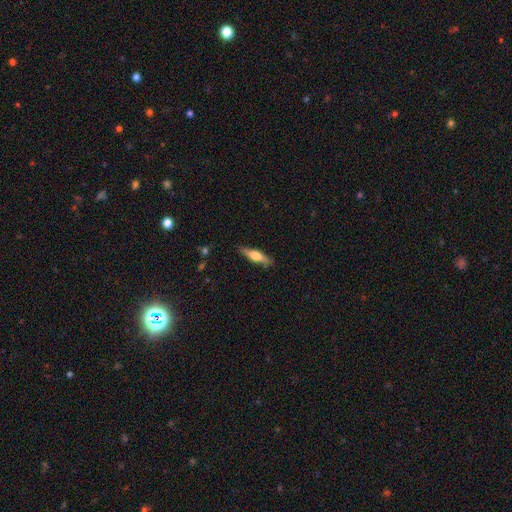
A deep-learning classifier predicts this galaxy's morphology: Smooth or featured? Predicted: featured or disk (p=0.53). Edge-on disk? Predicted: yes (p=0.95). Merging? Predicted: none (p=0.86).